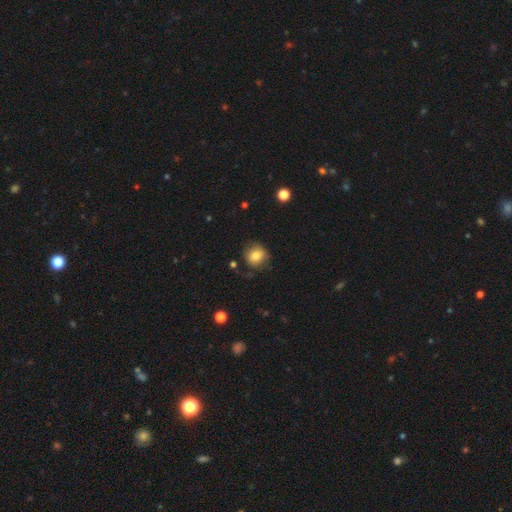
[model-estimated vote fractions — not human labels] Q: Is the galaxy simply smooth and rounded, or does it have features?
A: smooth — 79%.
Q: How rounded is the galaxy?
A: round — 80%.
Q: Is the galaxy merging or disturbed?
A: none — 73%.